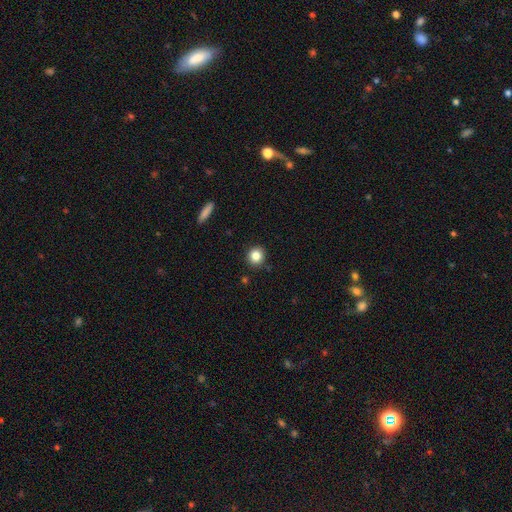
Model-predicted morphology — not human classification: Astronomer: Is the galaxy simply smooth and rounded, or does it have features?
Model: smooth — 83%.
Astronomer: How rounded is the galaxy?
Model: round — 91%.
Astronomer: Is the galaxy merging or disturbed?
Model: none — 90%.